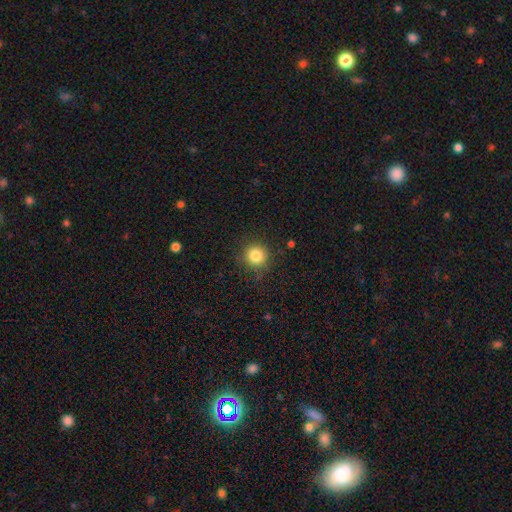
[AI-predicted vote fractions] Smooth or featured: smooth — 83% (star or artifact — 11%)
How rounded: round — 94% (in between — 5%)
Merging: none — 88% (minor disturbance — 8%)